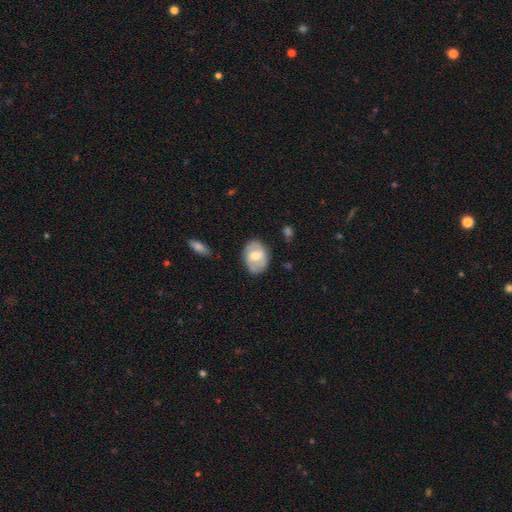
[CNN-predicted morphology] smooth-or-featured: smooth: 49% | featured or disk: 44% | star or artifact: 6%
  merging: none: 75% | minor disturbance: 18% | major disturbance: 5% | merger: 2%